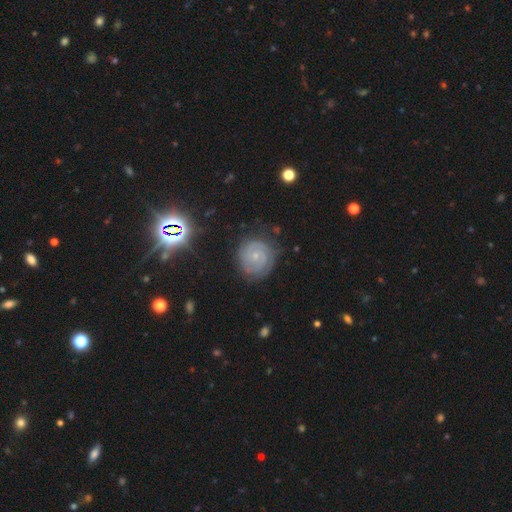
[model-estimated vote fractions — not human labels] smooth-or-featured: featured or disk: 77% | smooth: 14% | star or artifact: 8%
  disk-edge-on: no: 98% | yes: 2%
    bar: no: 75% | weak: 21% | strong: 4%
    has-spiral-arms: yes: 94% | no: 6%
      spiral-winding: tight: 75% | medium: 21% | loose: 5%
      spiral-arm-count: 2: 50% | can't tell: 23% | 3: 15% | 4: 5% | 1: 4% | more than 4: 4%
    bulge-size: small: 78% | moderate: 17% | none: 3% | large: 1% | dominant: 1%
  merging: none: 78% | minor disturbance: 16% | major disturbance: 5% | merger: 1%